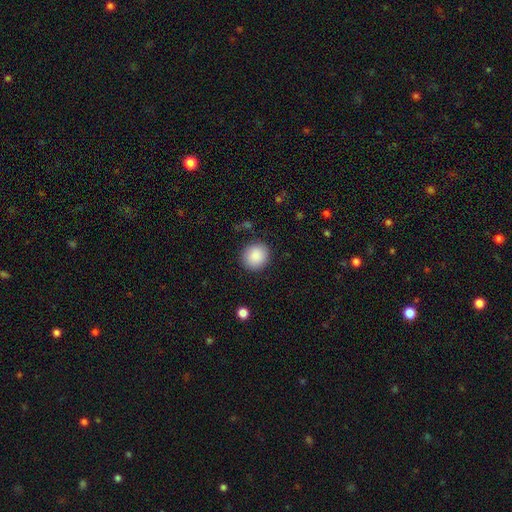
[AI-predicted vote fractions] Smooth or featured: smooth — 88% (star or artifact — 8%)
How rounded: round — 85% (in between — 14%)
Merging: none — 88% (minor disturbance — 8%)